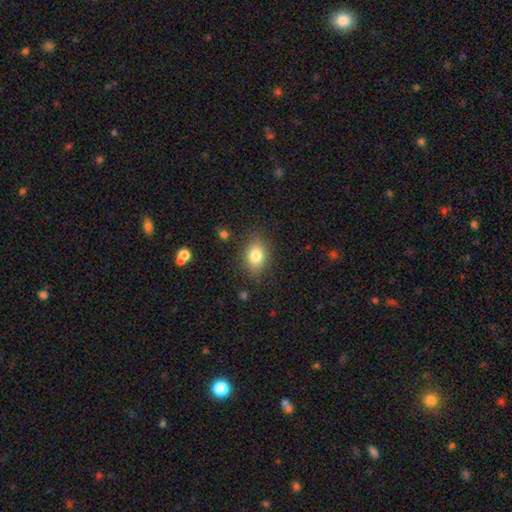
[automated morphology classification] This appears to be a smooth galaxy with no disk features (79%) that is in between round and cigar-shaped (78%). Merging: none (82%).